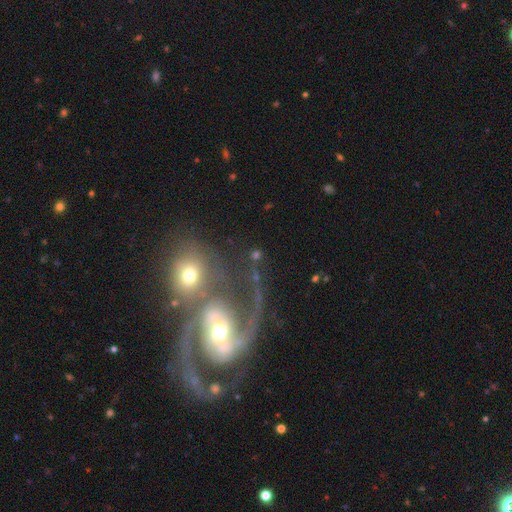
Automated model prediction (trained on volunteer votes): Smooth or featured?
  - featured or disk: 56% *
  - smooth: 31%
  - star or artifact: 13%
Edge-on disk?
  - no: 94% *
  - yes: 6%
Bar?
  - no: 47% *
  - weak: 33%
  - strong: 20%
Spiral arms?
  - yes: 76% *
  - no: 24%
Bulge size?
  - moderate: 62% *
  - small: 23%
  - large: 10%
  - none: 3%
  - dominant: 3%
Merging?
  - merger: 36% * (tied)
  - none: 36% * (tied)
  - major disturbance: 16%
  - minor disturbance: 11%